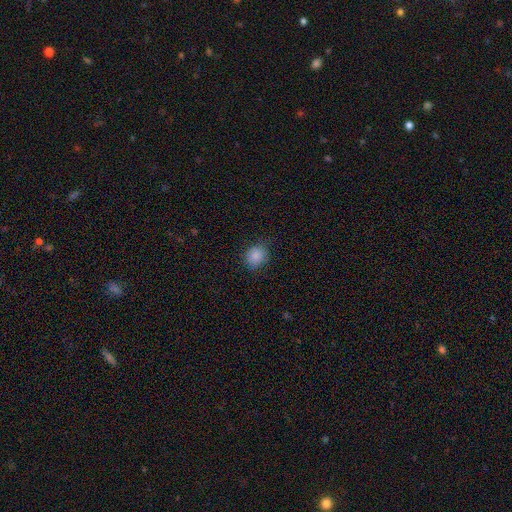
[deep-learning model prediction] This appears to be a smooth galaxy with no disk features (86%) that is round (65%). Merging: none (83%).